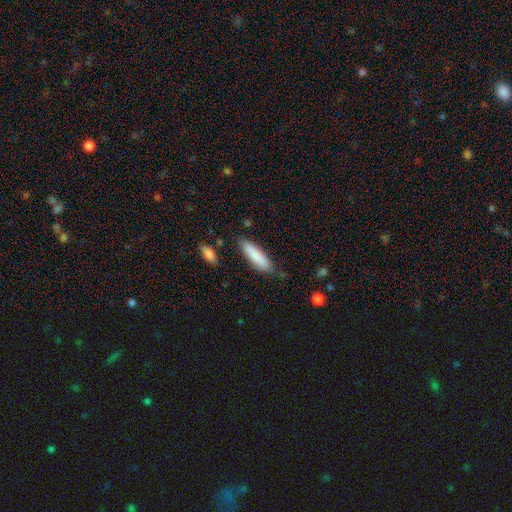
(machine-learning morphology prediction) This is clearly a smooth galaxy (85%). How rounded: likely cigar-shaped (67%). Merging: likely none (79%).